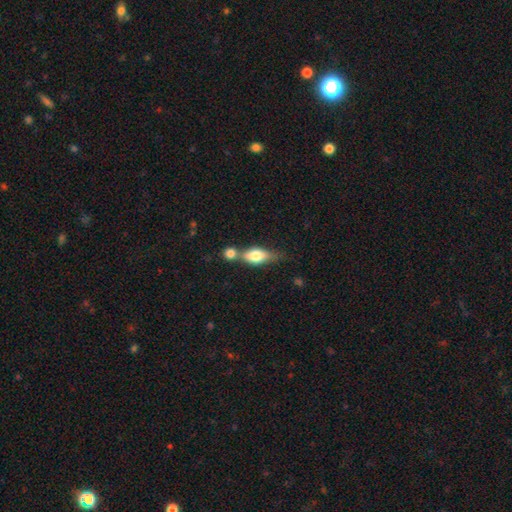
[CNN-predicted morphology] Smooth or featured?
  - smooth: 67% *
  - featured or disk: 26%
  - star or artifact: 7%
How rounded?
  - in between: 73% *
  - cigar-shaped: 18%
  - round: 9%
Merging?
  - merger: 50% *
  - none: 31%
  - minor disturbance: 13%
  - major disturbance: 6%